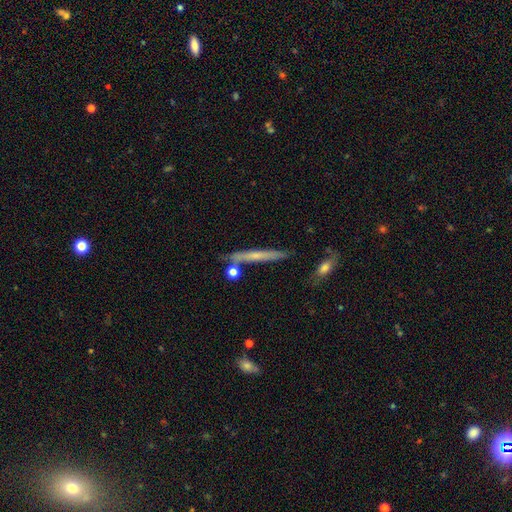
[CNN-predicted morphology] Overall: featured or disk (51%; smooth 41%). Edge-on disk: yes (94%). Merging: none (80%).